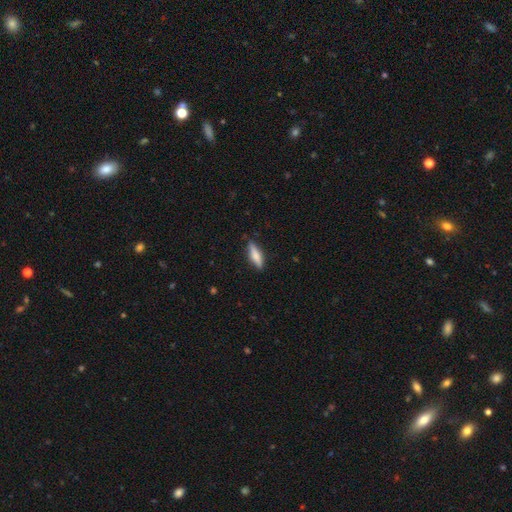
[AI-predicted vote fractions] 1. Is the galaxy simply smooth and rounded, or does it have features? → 67% smooth, 27% featured or disk, 6% star or artifact.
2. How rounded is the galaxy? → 63% cigar-shaped, 35% in between, 2% round.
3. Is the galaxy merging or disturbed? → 85% none, 11% minor disturbance, 2% major disturbance, 1% merger.